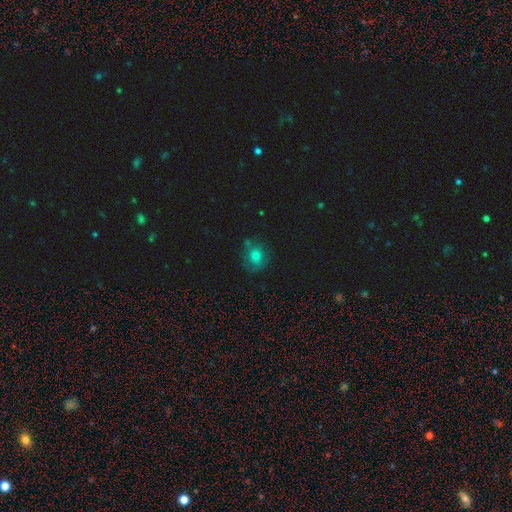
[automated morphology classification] Smooth or featured?
  - smooth: 70% *
  - star or artifact: 17%
  - featured or disk: 13%
How rounded?
  - round: 70% *
  - in between: 29%
  - cigar-shaped: 1%
Merging?
  - none: 65% *
  - minor disturbance: 21%
  - major disturbance: 8%
  - merger: 6%